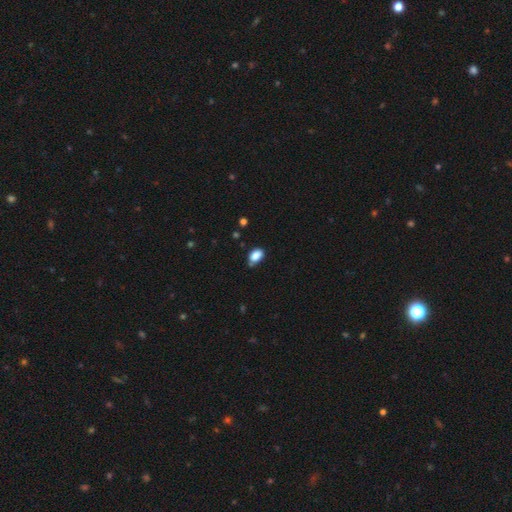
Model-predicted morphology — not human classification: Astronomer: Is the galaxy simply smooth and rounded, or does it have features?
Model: smooth — 86%.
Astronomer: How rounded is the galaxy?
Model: in between — 86%.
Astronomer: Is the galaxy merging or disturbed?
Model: none — 62%.